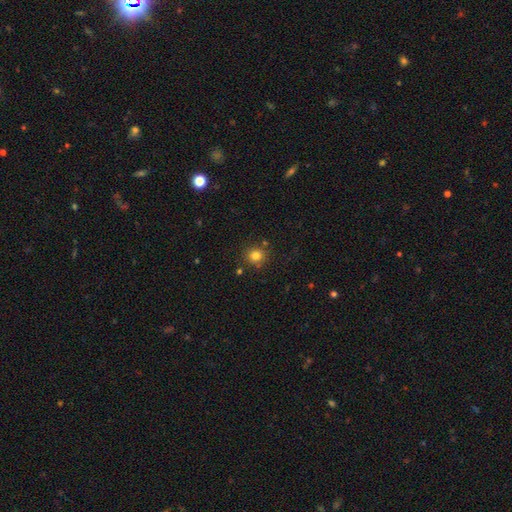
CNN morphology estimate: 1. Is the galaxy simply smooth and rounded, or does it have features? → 80% smooth, 14% star or artifact, 6% featured or disk.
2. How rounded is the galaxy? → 89% round, 10% in between, 1% cigar-shaped.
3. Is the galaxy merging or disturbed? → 84% none, 9% minor disturbance, 5% merger, 3% major disturbance.